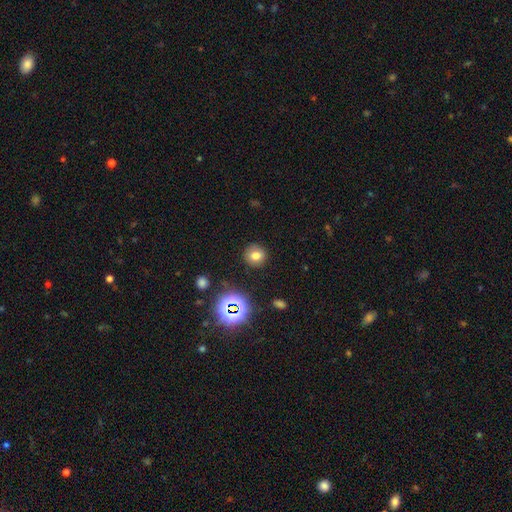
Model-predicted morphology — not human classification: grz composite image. It shows a smooth galaxy with no disk features (72%) that is round (88%). Merging: none (88%).